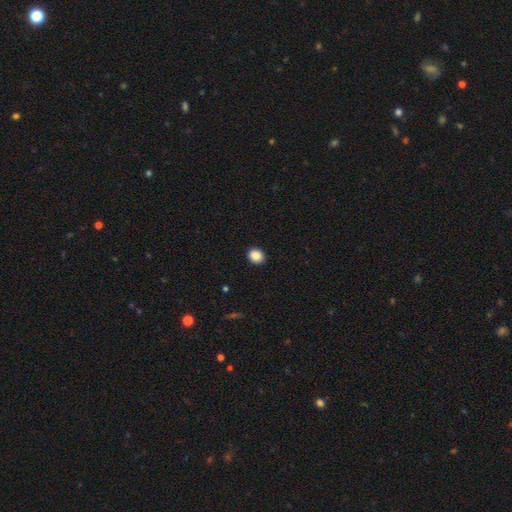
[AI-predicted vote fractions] The model was most divided on "how rounded": round: 62%, in between: 37%, cigar-shaped: 1%. More confident: merging — none (92%); smooth or featured — smooth (88%).